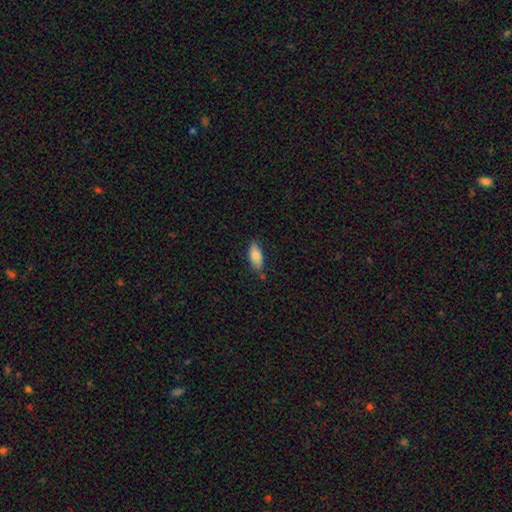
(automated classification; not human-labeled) smooth_or_featured: smooth (p=0.83) [alt: featured or disk p=0.10]
how_rounded: in between (p=0.85) [alt: cigar-shaped p=0.13]
merging: none (p=0.74) [alt: minor disturbance p=0.20]